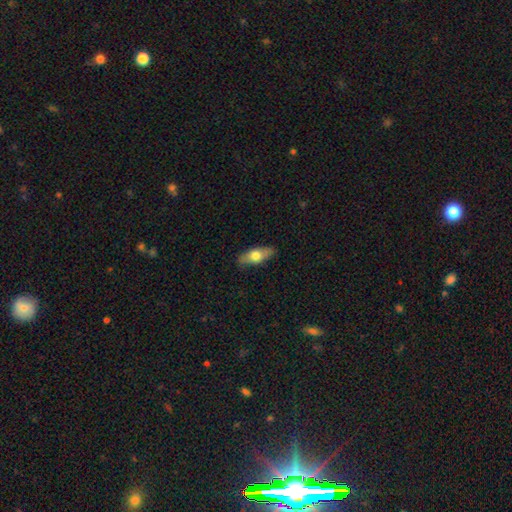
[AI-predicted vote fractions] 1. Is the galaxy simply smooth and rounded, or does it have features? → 64% smooth, 30% featured or disk, 6% star or artifact.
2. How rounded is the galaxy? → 75% in between, 22% cigar-shaped, 3% round.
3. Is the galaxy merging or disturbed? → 85% none, 12% minor disturbance, 2% major disturbance, 1% merger.